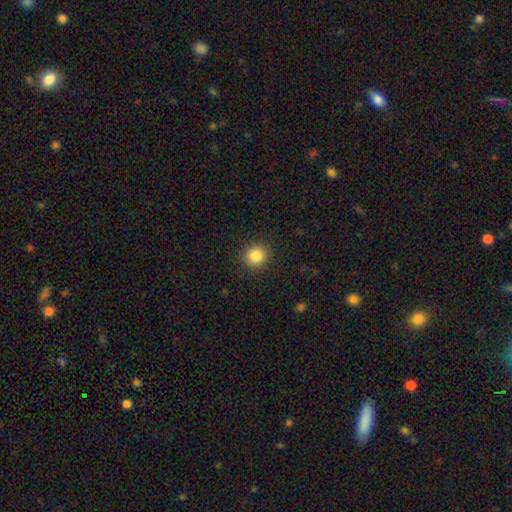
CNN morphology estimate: Smooth or featured? smooth (85%)
How rounded? round (89%)
Merging? none (91%)